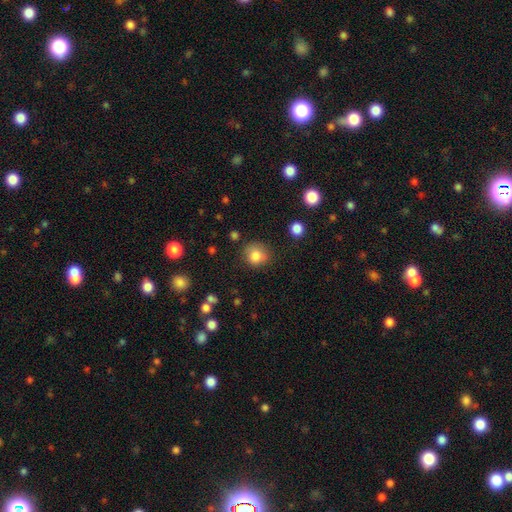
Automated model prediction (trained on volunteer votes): This is clearly a smooth galaxy (84%). How rounded: clearly round (83%). Merging: likely none (76%).